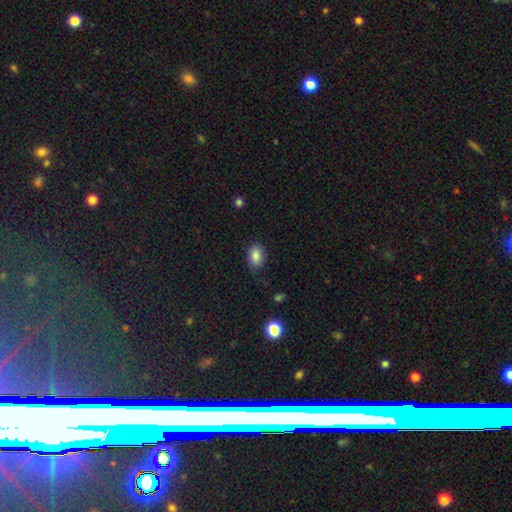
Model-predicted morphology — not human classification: smooth 84%, star or artifact 9%, featured or disk 7%. Down the decision tree: how rounded — in between (80%); merging — none (72%).